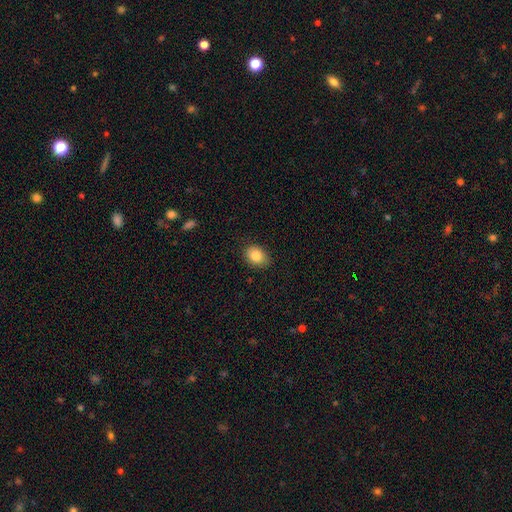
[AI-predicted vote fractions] Morphology: type=smooth (84%); roundness=in between (64%); merging=none (86%).